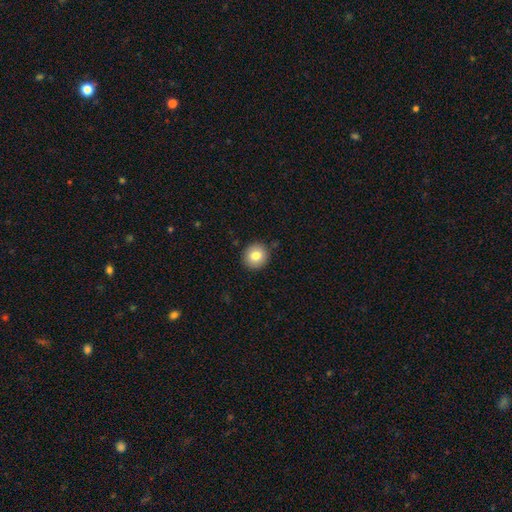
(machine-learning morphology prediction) Smooth or featured: smooth — 80% (featured or disk — 10%)
How rounded: round — 88% (in between — 11%)
Merging: none — 89% (minor disturbance — 7%)